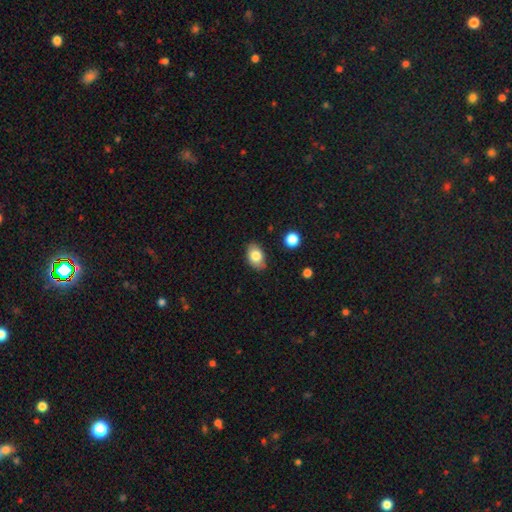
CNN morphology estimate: This is clearly a smooth galaxy (81%). How rounded: clearly in between (82%). Merging: clearly none (80%).